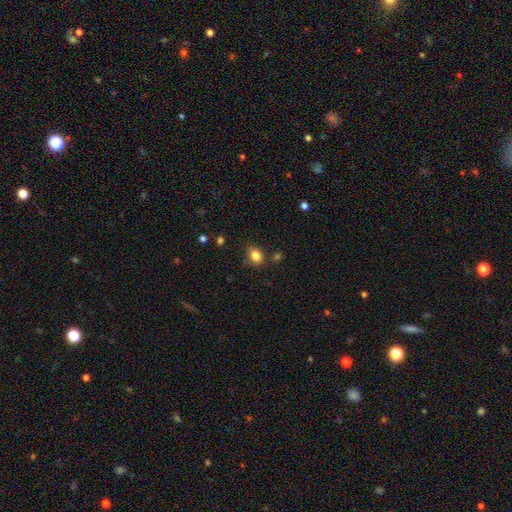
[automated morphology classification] A smooth galaxy with no disk features (83%) that is in between round and cigar-shaped (53%). Merging: none (75%).